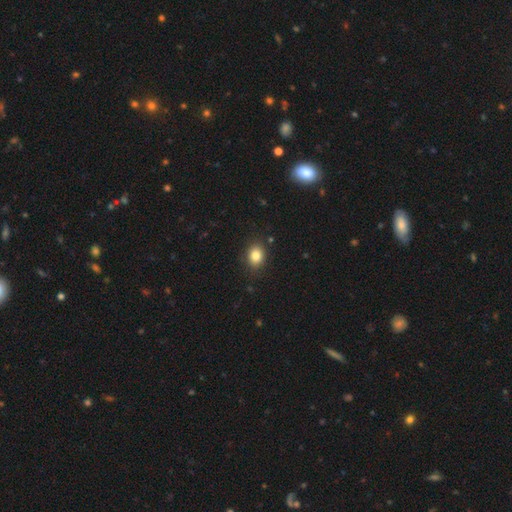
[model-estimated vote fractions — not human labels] The model was most divided on "how rounded": in between: 57%, round: 42%, cigar-shaped: 1%. More confident: merging — none (86%); smooth or featured — smooth (83%).